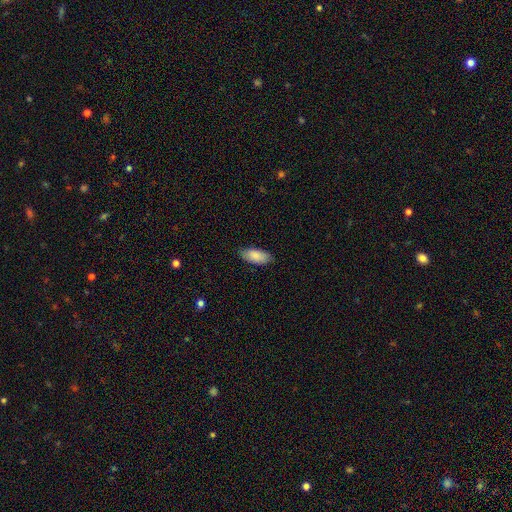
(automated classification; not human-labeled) Morphology: type=smooth (86%); roundness=in between (89%); merging=none (82%).